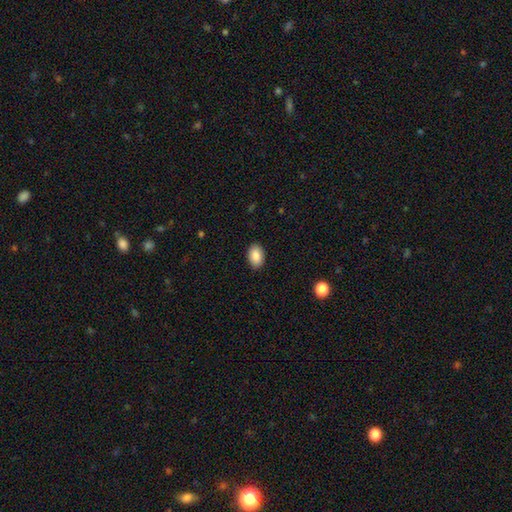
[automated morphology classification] This appears to be a smooth galaxy with no disk features (89%) that is in between round and cigar-shaped (89%). Merging: none (90%).